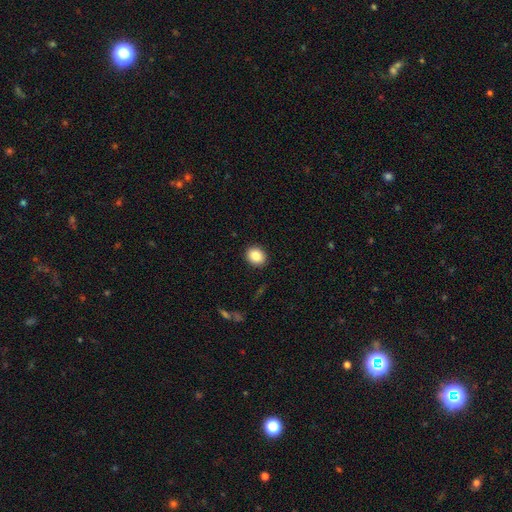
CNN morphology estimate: Smooth or featured?
  - smooth: 87% *
  - star or artifact: 8%
  - featured or disk: 5%
How rounded?
  - round: 60% *
  - in between: 39%
  - cigar-shaped: 1%
Merging?
  - none: 91% *
  - minor disturbance: 6%
  - major disturbance: 2%
  - merger: 1%